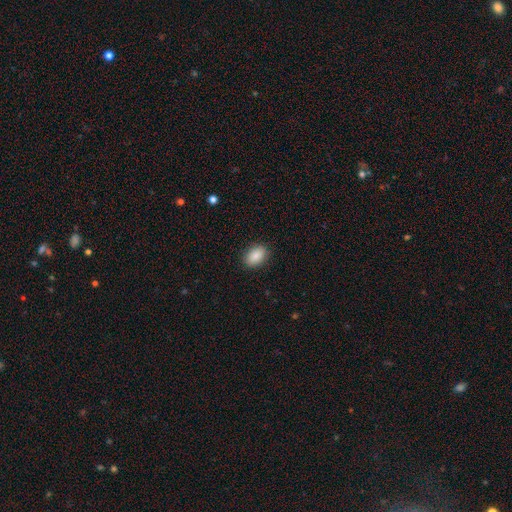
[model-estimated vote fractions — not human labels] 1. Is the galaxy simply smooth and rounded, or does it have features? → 88% smooth, 7% star or artifact, 5% featured or disk.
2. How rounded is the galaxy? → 86% in between, 13% round, 1% cigar-shaped.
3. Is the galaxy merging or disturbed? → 88% none, 8% minor disturbance, 2% major disturbance, 1% merger.